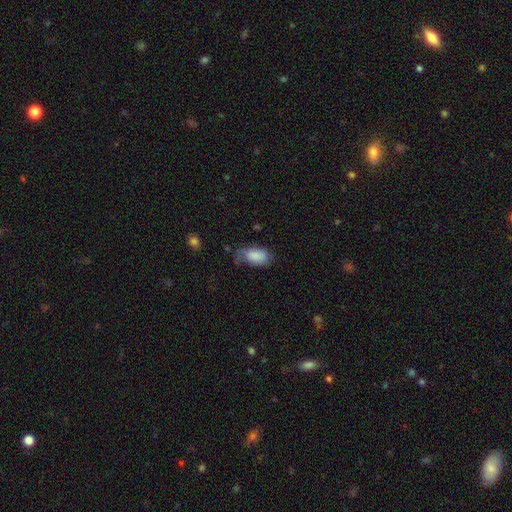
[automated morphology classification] type=smooth (83%); roundness=in between (93%); merging=none (44%).